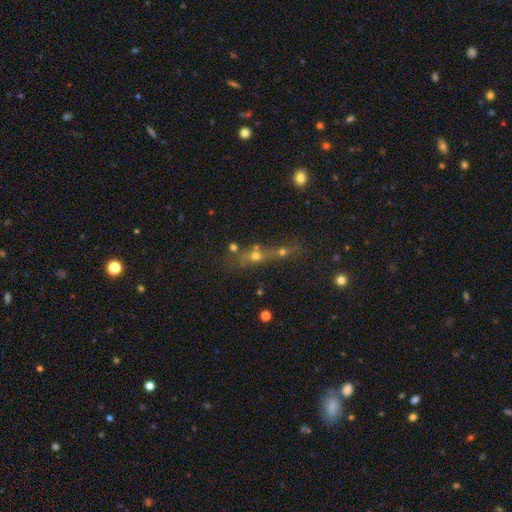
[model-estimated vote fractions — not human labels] Smooth or featured? smooth (44%)
Merging? merger (48%)